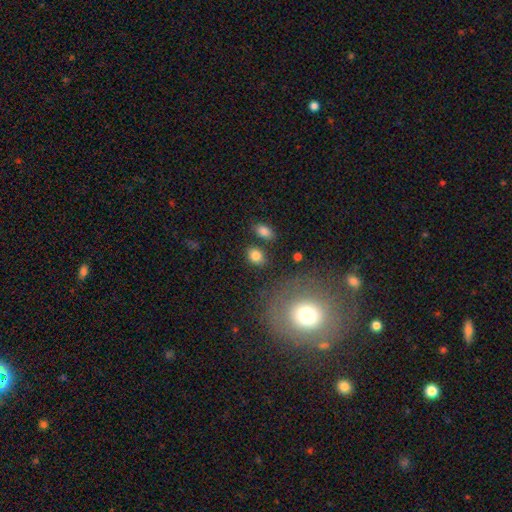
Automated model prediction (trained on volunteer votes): Smooth or featured: smooth — 83% (star or artifact — 10%)
How rounded: in between — 59% (round — 39%)
Merging: none — 78% (minor disturbance — 10%)